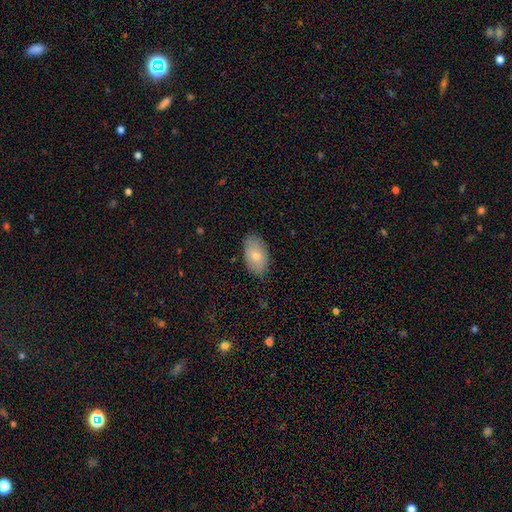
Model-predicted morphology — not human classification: A smooth galaxy with no disk features (77%) that is in between round and cigar-shaped (93%). Merging: none (80%).